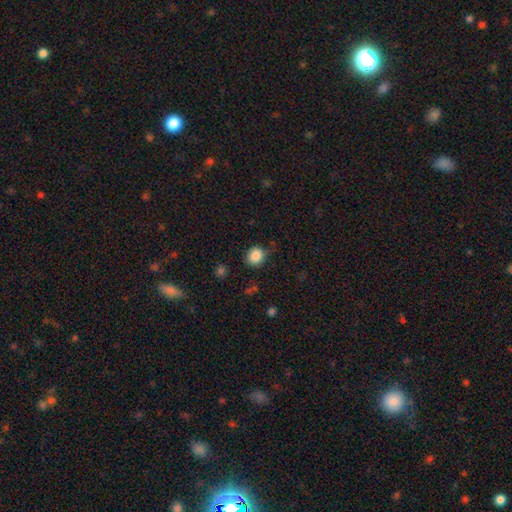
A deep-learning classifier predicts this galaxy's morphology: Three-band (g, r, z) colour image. It shows a smooth galaxy with no disk features (85%) that is round (81%). Merging: none (75%).